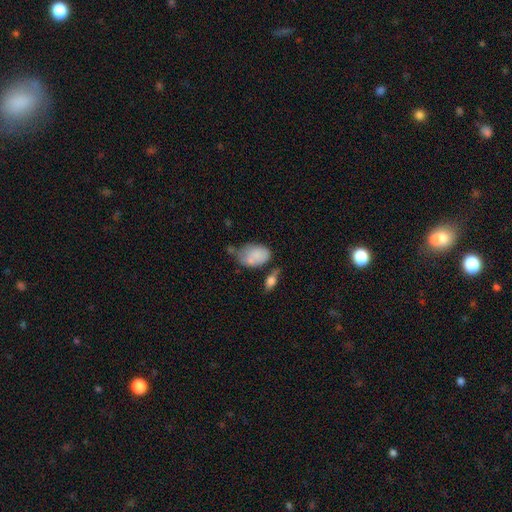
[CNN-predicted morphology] The model was most divided on "merging": none: 36%, minor disturbance: 31%, merger: 20%, major disturbance: 13%. More confident: how rounded — in between (88%); smooth or featured — smooth (78%).